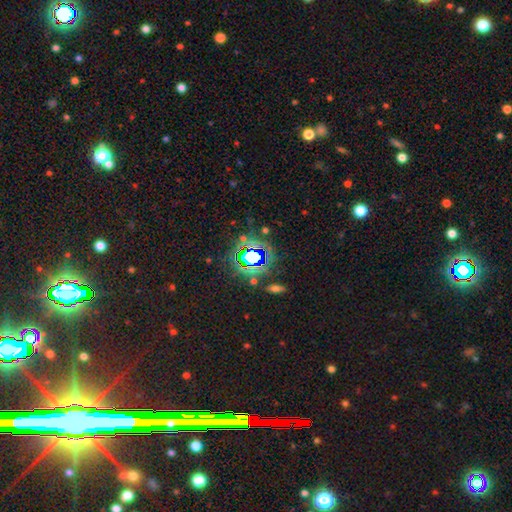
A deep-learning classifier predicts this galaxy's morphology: Smooth or featured? Predicted: star or artifact (p=0.68).